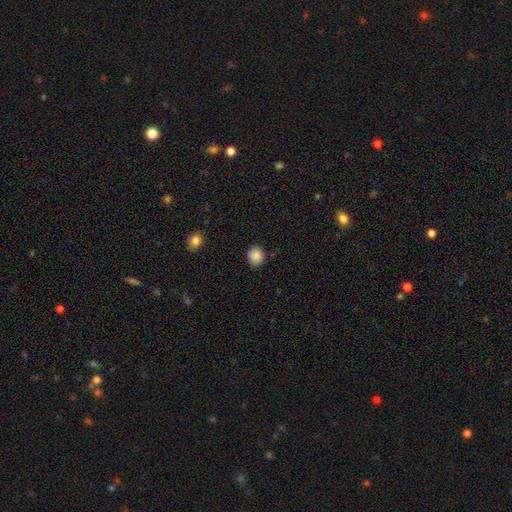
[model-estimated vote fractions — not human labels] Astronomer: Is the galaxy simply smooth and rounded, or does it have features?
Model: smooth — 88%.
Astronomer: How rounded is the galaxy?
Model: round — 80%.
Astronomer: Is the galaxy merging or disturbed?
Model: none — 86%.